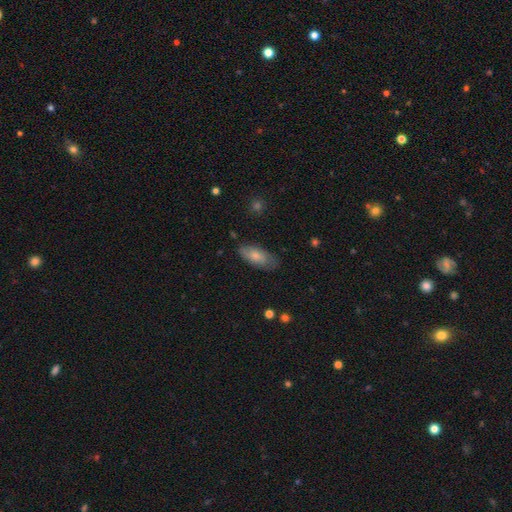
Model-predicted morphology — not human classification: A smooth galaxy with no disk features (73%) that is in between round and cigar-shaped (87%). Merging: none (71%).